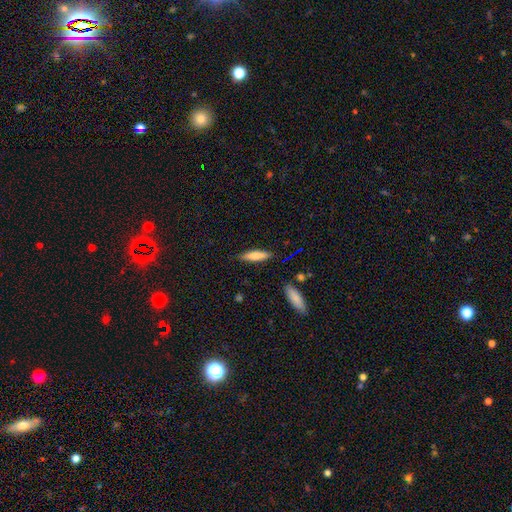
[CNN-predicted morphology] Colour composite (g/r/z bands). It shows a smooth galaxy with no disk features (74%) that is cigar-shaped (71%). Merging: none (86%).